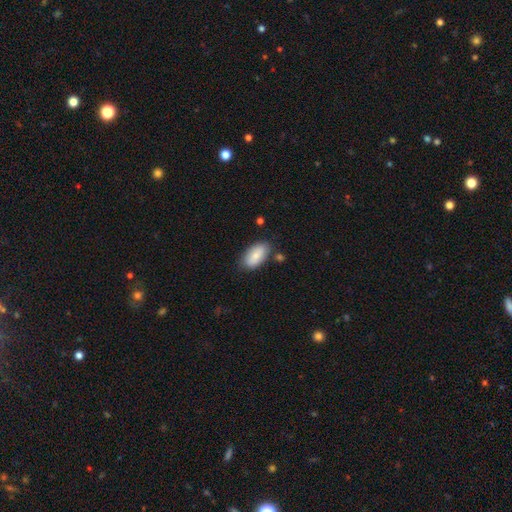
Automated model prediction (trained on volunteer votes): The model was most divided on "merging": none: 77%, minor disturbance: 15%, merger: 4%, major disturbance: 3%. More confident: how rounded — in between (93%); smooth or featured — smooth (82%).